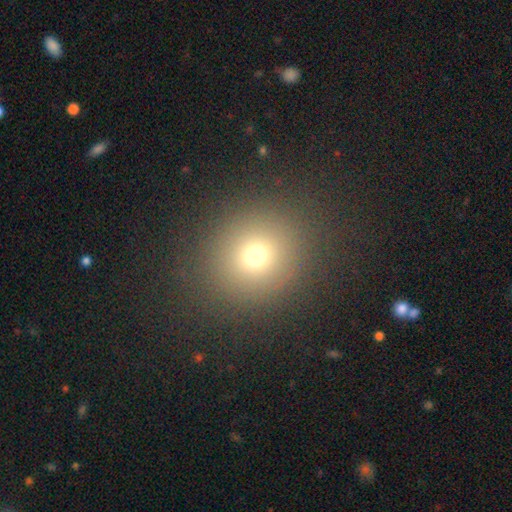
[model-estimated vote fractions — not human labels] A smooth galaxy with no disk features (70%) that is round (87%).

Vote fractions:
- Smooth or featured? smooth: 70% / star or artifact: 20% / featured or disk: 10%
- How rounded? round: 87% / in between: 12% / cigar-shaped: 1%
- Merging? none: 88% / minor disturbance: 7% / major disturbance: 4% / merger: 1%